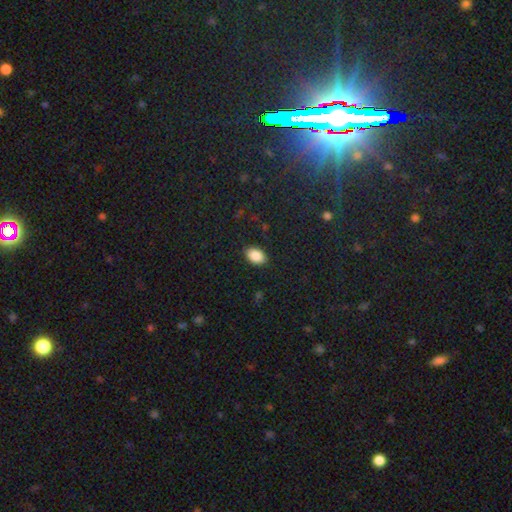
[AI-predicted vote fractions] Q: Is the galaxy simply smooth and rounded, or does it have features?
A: smooth — 88%.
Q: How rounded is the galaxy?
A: in between — 87%.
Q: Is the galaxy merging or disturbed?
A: none — 88%.